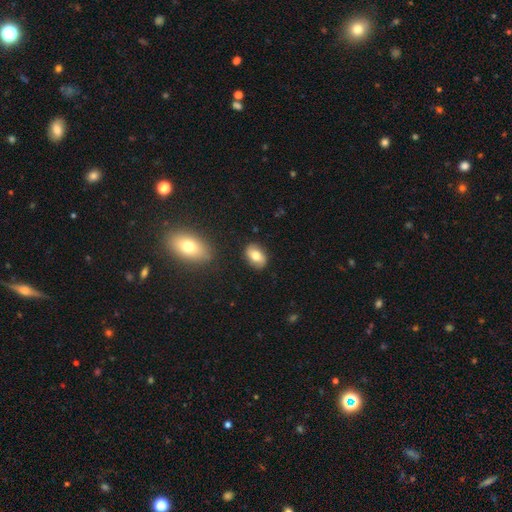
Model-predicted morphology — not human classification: Smooth or featured: smooth — 70% (featured or disk — 22%)
How rounded: in between — 85% (round — 13%)
Merging: none — 83% (minor disturbance — 12%)